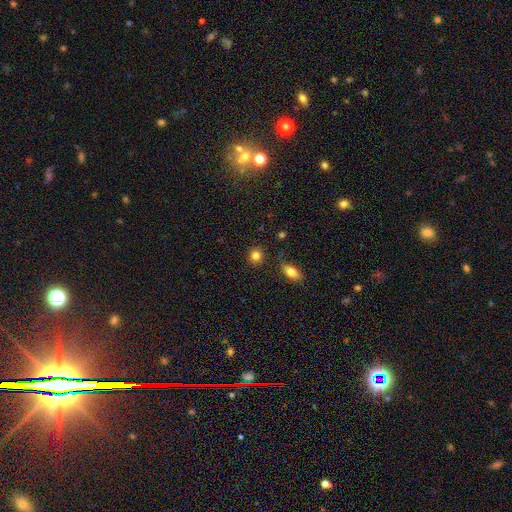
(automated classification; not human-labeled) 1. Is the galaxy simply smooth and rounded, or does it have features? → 84% smooth, 10% star or artifact, 6% featured or disk.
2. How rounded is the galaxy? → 84% round, 15% in between, 1% cigar-shaped.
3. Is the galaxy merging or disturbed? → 88% none, 7% minor disturbance, 3% merger, 2% major disturbance.